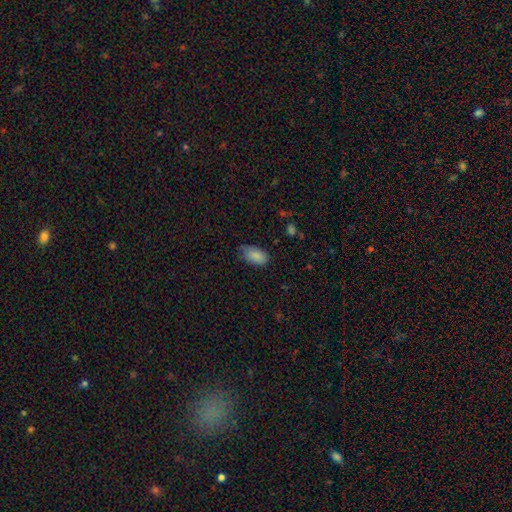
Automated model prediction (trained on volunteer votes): smooth_or_featured: smooth (p=0.87) [alt: star or artifact p=0.07]
how_rounded: in between (p=0.93) [alt: round p=0.04]
merging: none (p=0.67) [alt: minor disturbance p=0.26]